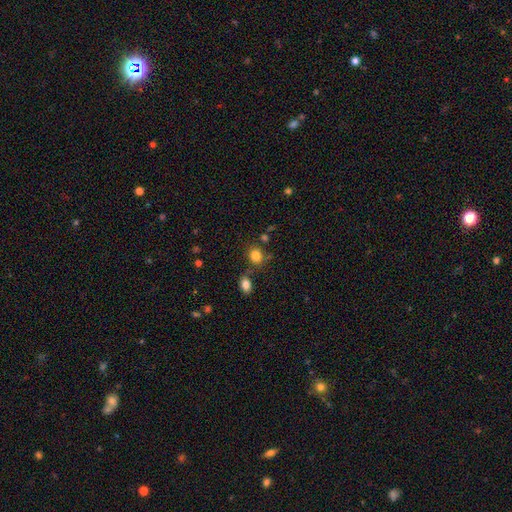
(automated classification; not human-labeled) A smooth galaxy with no disk features (83%) that is round (67%). Merging: none (70%).